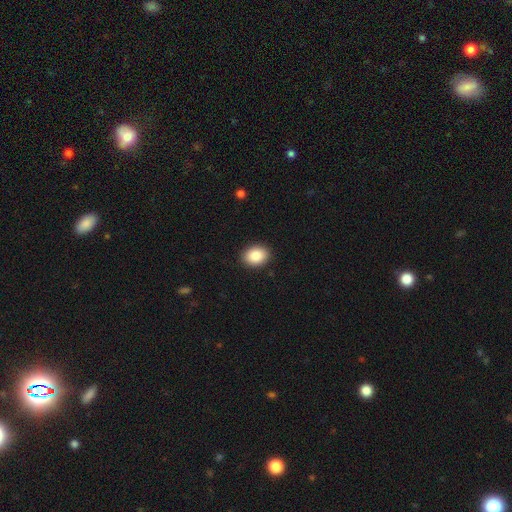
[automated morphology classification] Smooth or featured?
  - smooth: 87% *
  - star or artifact: 8%
  - featured or disk: 5%
How rounded?
  - in between: 66% *
  - round: 33%
  - cigar-shaped: 1%
Merging?
  - none: 90% *
  - minor disturbance: 7%
  - major disturbance: 2%
  - merger: 1%